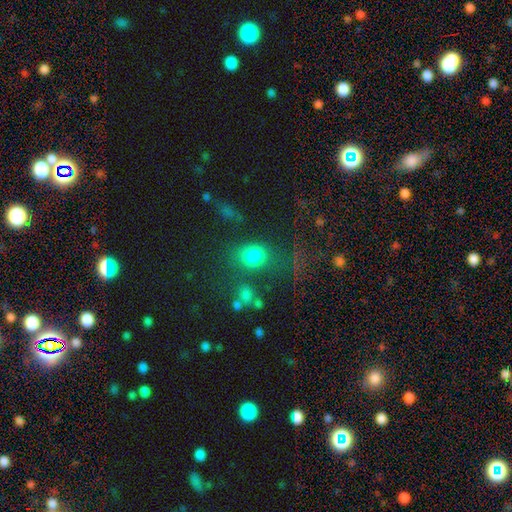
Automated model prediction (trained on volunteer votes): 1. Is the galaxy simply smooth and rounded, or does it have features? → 77% smooth, 15% star or artifact, 7% featured or disk.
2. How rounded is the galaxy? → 52% in between, 46% round, 2% cigar-shaped.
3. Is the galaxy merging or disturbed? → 56% none, 18% minor disturbance, 13% merger, 13% major disturbance.